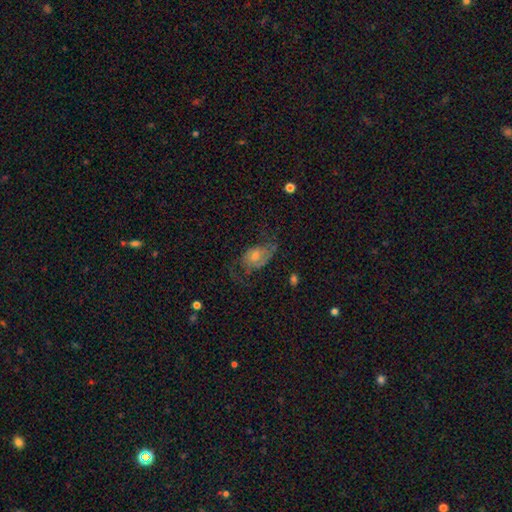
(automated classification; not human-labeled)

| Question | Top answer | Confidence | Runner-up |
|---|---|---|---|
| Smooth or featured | featured or disk | 63% | smooth (26%) |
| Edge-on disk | no | 96% | yes (4%) |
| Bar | no | 70% | weak (25%) |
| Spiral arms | yes | 80% | no (20%) |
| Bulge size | moderate | 49% | small (39%) |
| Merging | none | 47% | major disturbance (29%) |